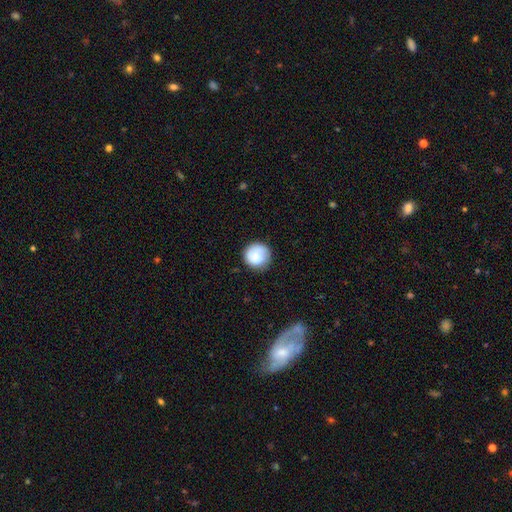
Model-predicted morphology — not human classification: smooth 79%, featured or disk 15%, star or artifact 7%. Down the decision tree: how rounded — round (95%); merging — none (82%).